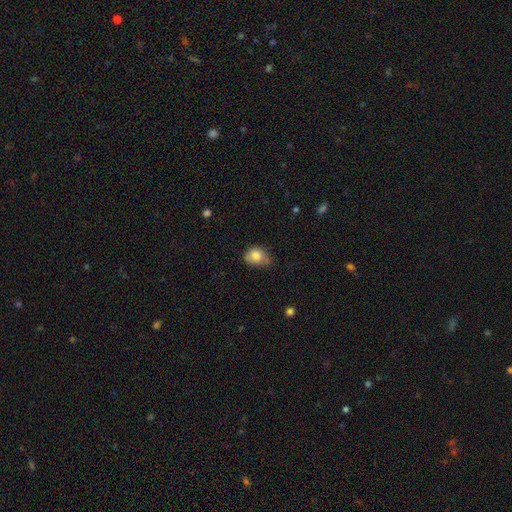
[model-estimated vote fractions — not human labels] Smooth or featured?
  - smooth: 80% *
  - featured or disk: 11%
  - star or artifact: 9%
How rounded?
  - in between: 51% *
  - round: 48%
  - cigar-shaped: 1%
Merging?
  - minor disturbance: 44% *
  - none: 40%
  - major disturbance: 13%
  - merger: 3%